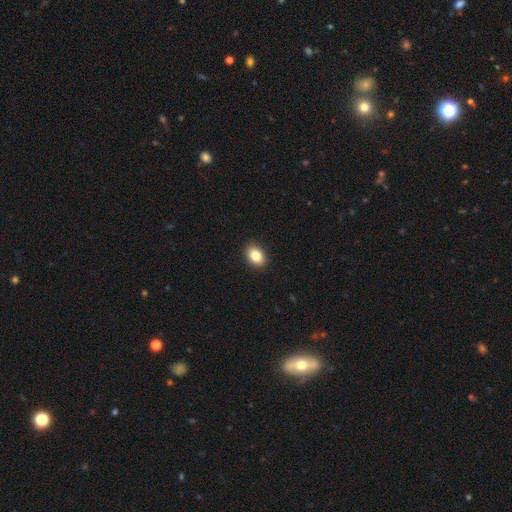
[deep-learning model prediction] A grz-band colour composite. It shows a smooth galaxy with no disk features (84%) that is in between round and cigar-shaped (75%). Merging: none (90%).